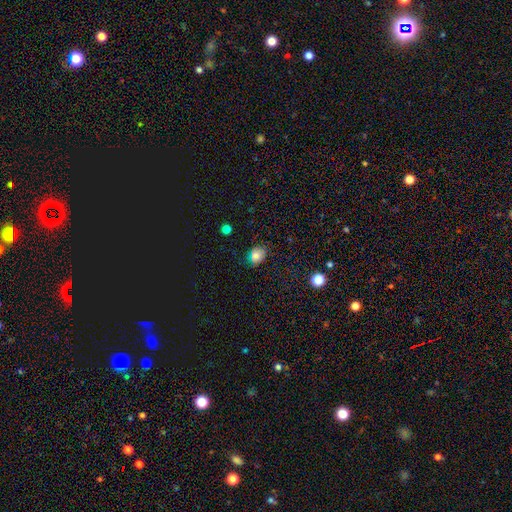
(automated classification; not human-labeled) Smooth or featured? Predicted: smooth (p=0.81). How rounded? Predicted: in between (p=0.51). Merging? Predicted: none (p=0.75).